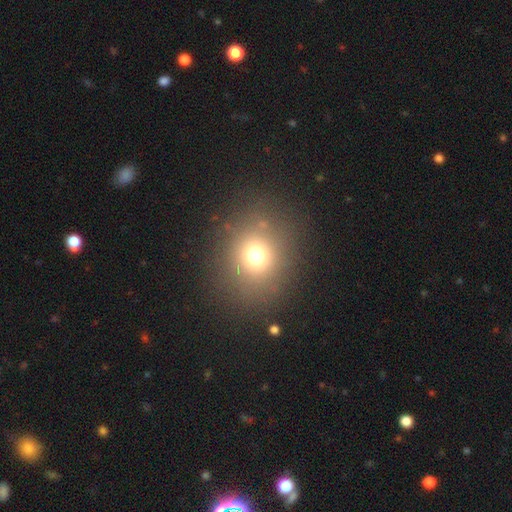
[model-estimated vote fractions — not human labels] Overall: smooth (69%). How rounded: round (78%). Merging: none (82%).